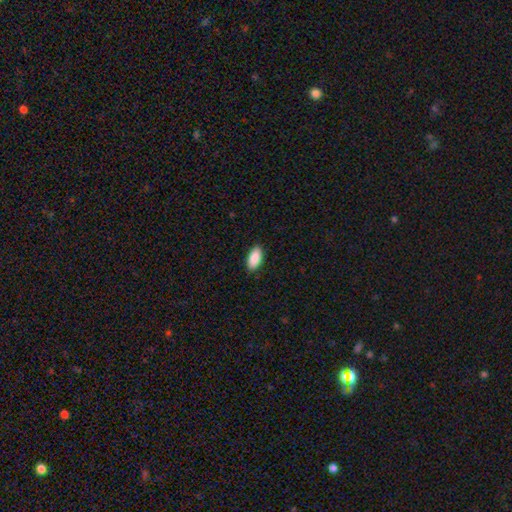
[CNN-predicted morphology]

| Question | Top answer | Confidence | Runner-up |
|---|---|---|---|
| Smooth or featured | smooth | 89% | star or artifact (6%) |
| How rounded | in between | 91% | cigar-shaped (7%) |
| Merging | none | 89% | minor disturbance (8%) |